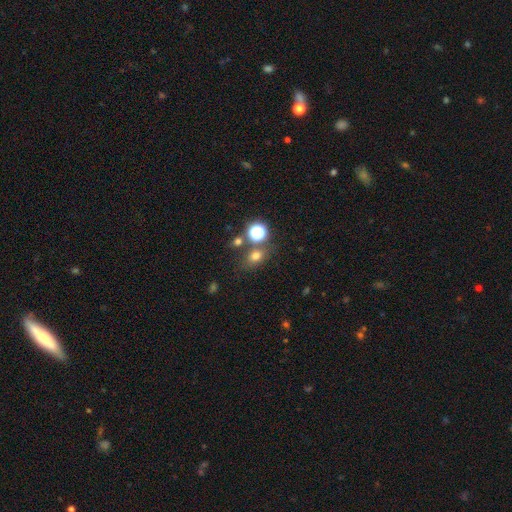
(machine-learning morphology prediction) A smooth galaxy with no disk features (68%) that is in between round and cigar-shaped (52%). Merging: none (67%).